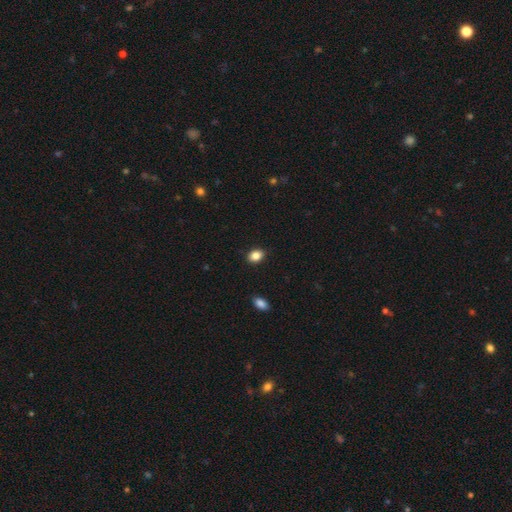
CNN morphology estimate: This appears to be a smooth galaxy with no disk features (86%) that is in between round and cigar-shaped (68%). Merging: none (88%).